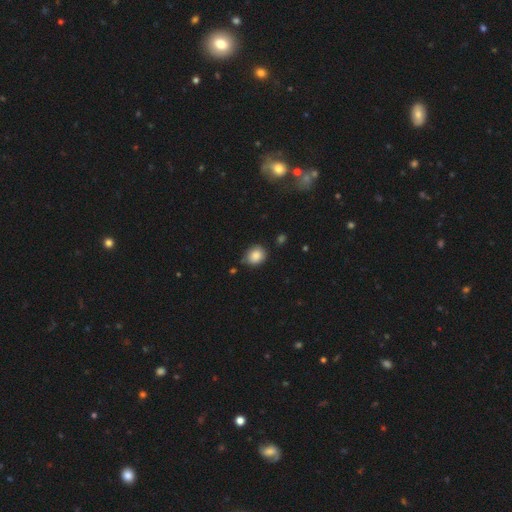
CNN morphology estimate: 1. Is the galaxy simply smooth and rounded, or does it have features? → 86% smooth, 9% star or artifact, 6% featured or disk.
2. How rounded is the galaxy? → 66% round, 33% in between, 1% cigar-shaped.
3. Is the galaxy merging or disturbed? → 72% none, 22% minor disturbance, 4% major disturbance, 3% merger.